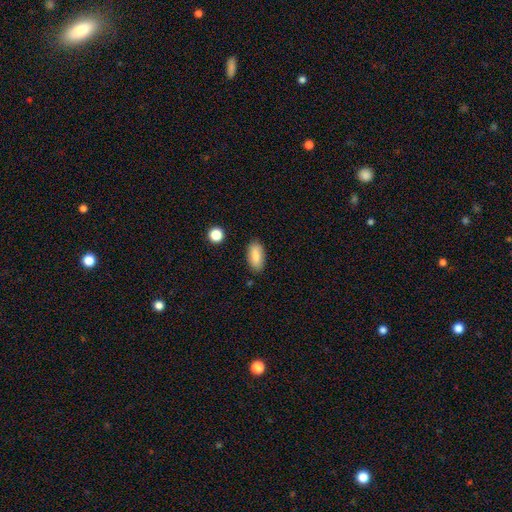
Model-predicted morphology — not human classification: This is clearly a smooth galaxy (84%). How rounded: clearly in between (89%). Merging: clearly none (85%).